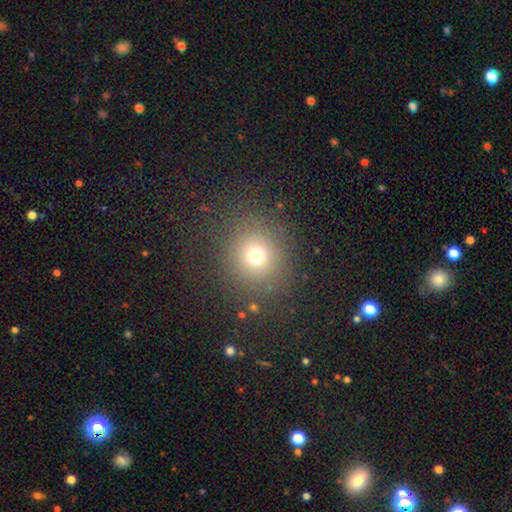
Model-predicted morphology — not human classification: Overall: smooth (70%). How rounded: round (85%). Merging: none (83%).